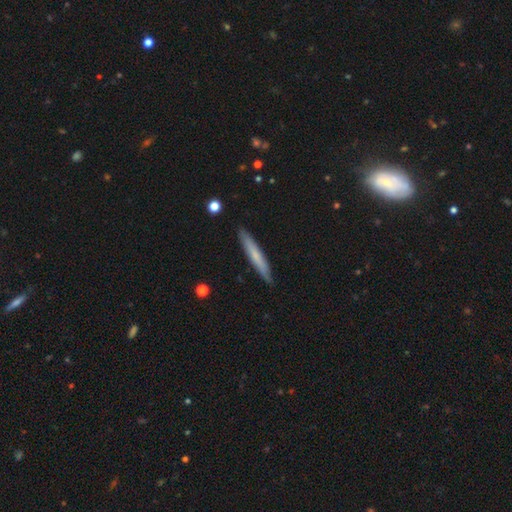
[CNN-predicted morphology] Smooth or featured? Predicted: smooth (p=0.62). How rounded? Predicted: cigar-shaped (p=0.95). Merging? Predicted: none (p=0.90).